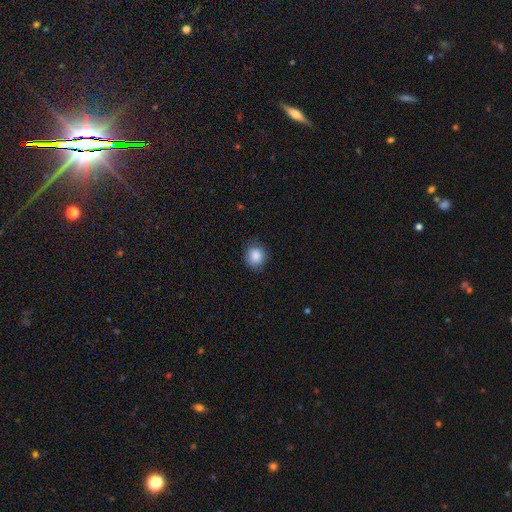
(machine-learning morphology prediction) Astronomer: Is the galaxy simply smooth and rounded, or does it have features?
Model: smooth — 87%.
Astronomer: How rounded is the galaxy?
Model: round — 83%.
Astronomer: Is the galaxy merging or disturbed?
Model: none — 80%.